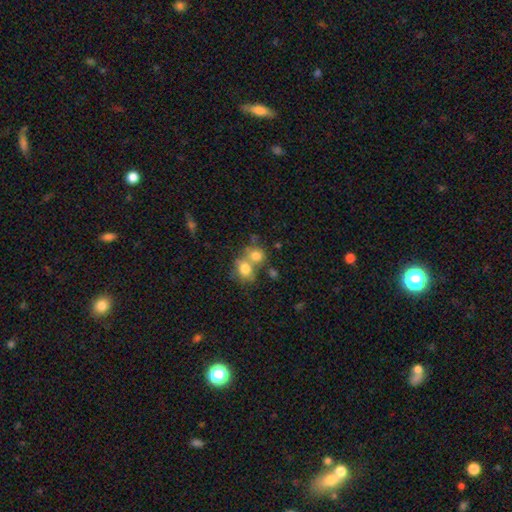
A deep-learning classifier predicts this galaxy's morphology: A smooth galaxy with no disk features (74%) that is round (69%).

Vote fractions:
- Smooth or featured? smooth: 74% / featured or disk: 15% / star or artifact: 11%
- How rounded? round: 69% / in between: 30% / cigar-shaped: 1%
- Merging? merger: 54% / none: 33% / minor disturbance: 8% / major disturbance: 4%